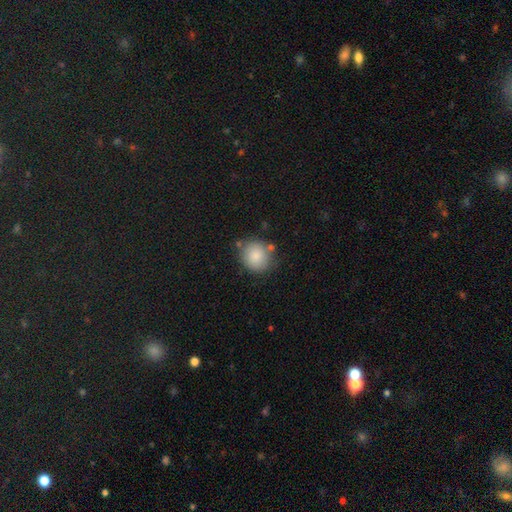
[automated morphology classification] Smooth or featured: smooth — 85% (star or artifact — 8%)
How rounded: round — 78% (in between — 21%)
Merging: none — 74% (minor disturbance — 15%)